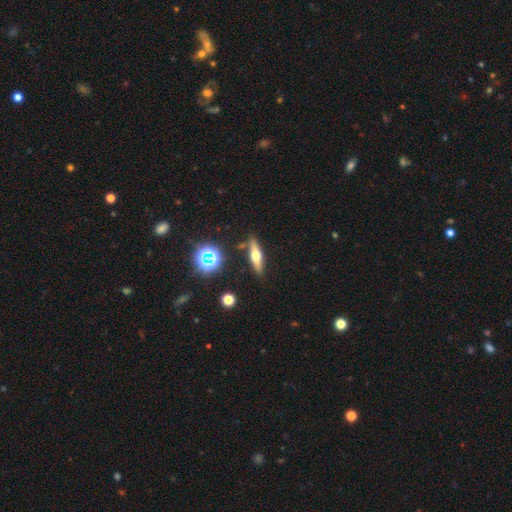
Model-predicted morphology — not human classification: type=featured or disk (50%); merging=none (84%).